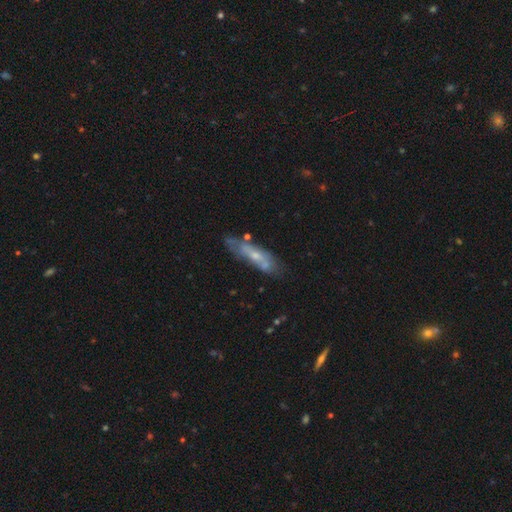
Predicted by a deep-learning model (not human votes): featured or disk 56%, smooth 37%, star or artifact 8%. Down the decision tree: edge-on disk — no (60%); merging — none (61%).